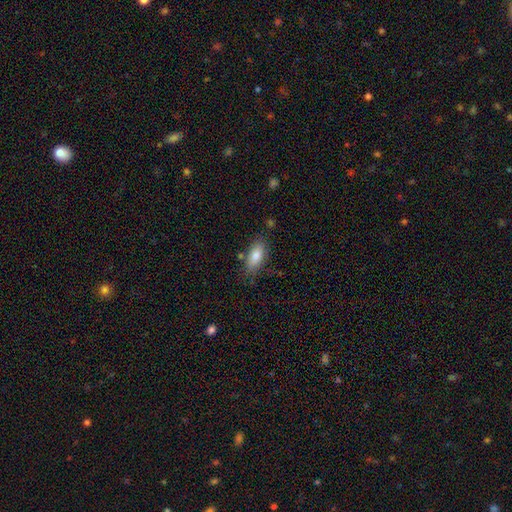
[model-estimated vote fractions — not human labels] Smooth or featured: smooth — 80% (featured or disk — 13%)
How rounded: in between — 82% (cigar-shaped — 16%)
Merging: none — 77% (minor disturbance — 15%)